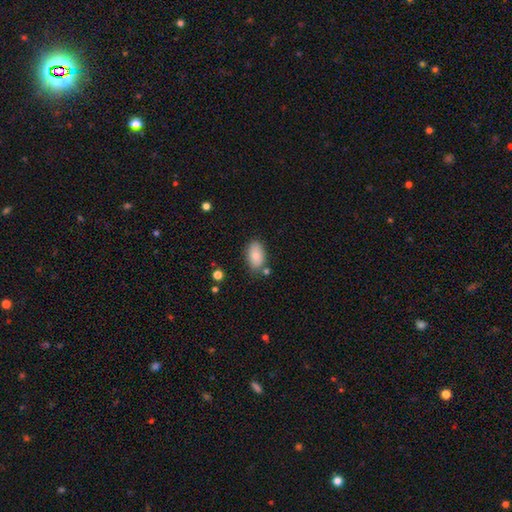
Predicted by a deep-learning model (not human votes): The model was most divided on "merging": none: 75%, minor disturbance: 16%, merger: 5%, major disturbance: 4%. More confident: how rounded — in between (93%); smooth or featured — smooth (83%).